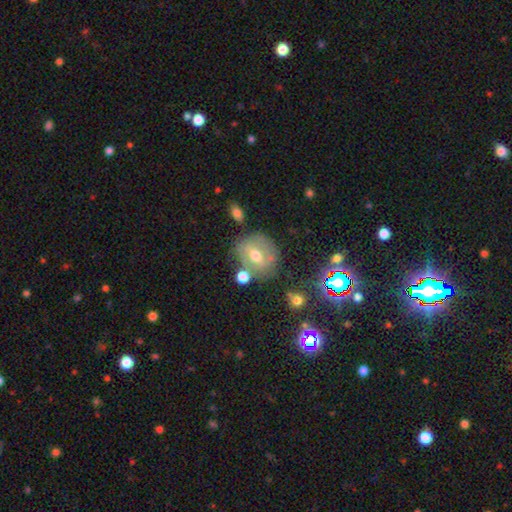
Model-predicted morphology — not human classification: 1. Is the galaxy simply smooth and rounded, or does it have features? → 47% featured or disk, 41% smooth, 11% star or artifact.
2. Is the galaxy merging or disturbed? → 64% none, 17% minor disturbance, 11% merger, 7% major disturbance.